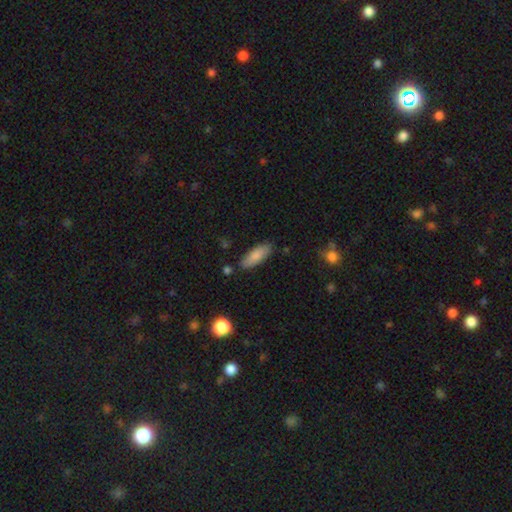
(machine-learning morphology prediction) smooth-or-featured: smooth: 82% | featured or disk: 11% | star or artifact: 6%
  how-rounded: in between: 67% | cigar-shaped: 32% | round: 2%
  merging: none: 83% | minor disturbance: 12% | merger: 2% | major disturbance: 2%